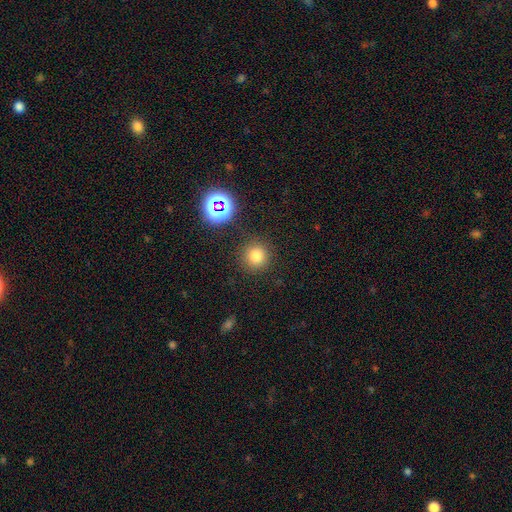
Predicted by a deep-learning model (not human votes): Smooth or featured?
  - smooth: 76% *
  - star or artifact: 17%
  - featured or disk: 6%
How rounded?
  - round: 93% *
  - in between: 6%
  - cigar-shaped: 1%
Merging?
  - none: 87% *
  - minor disturbance: 7%
  - major disturbance: 3%
  - merger: 3%